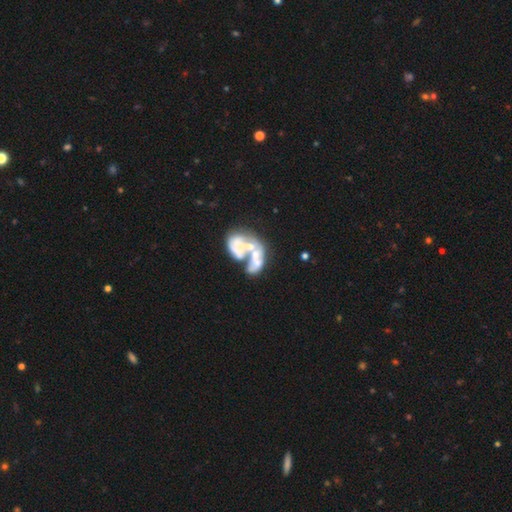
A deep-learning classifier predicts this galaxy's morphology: Smooth or featured?
  - featured or disk: 65% *
  - smooth: 24%
  - star or artifact: 11%
Edge-on disk?
  - no: 98% *
  - yes: 2%
Bar?
  - no: 89% *
  - weak: 7%
  - strong: 3%
Spiral arms?
  - no: 85% *
  - yes: 15%
Bulge size?
  - none: 55% *
  - moderate: 21%
  - small: 15%
  - large: 7%
  - dominant: 3%
Merging?
  - merger: 61% *
  - major disturbance: 20%
  - none: 12%
  - minor disturbance: 7%